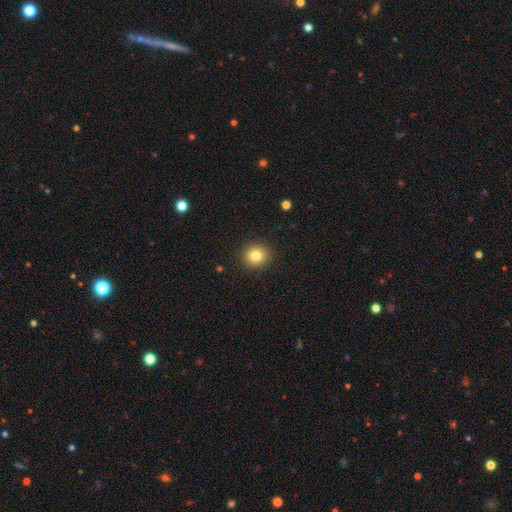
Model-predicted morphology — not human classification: Smooth or featured: smooth — 81% (star or artifact — 11%)
How rounded: round — 87% (in between — 12%)
Merging: none — 91% (minor disturbance — 6%)